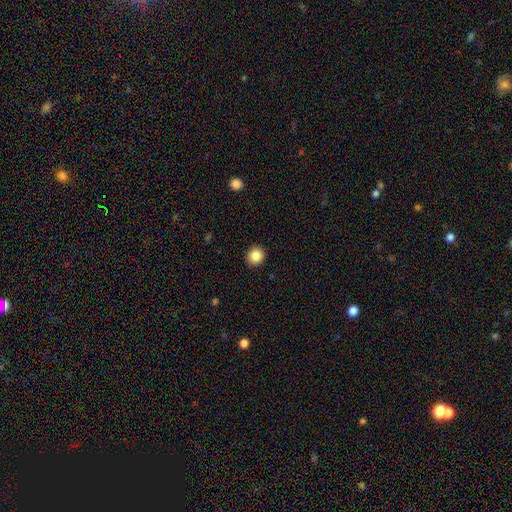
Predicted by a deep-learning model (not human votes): Q: Smooth or featured?
A: smooth (85%); runner-up: star or artifact (10%)
Q: How rounded?
A: round (87%); runner-up: in between (12%)
Q: Merging?
A: none (92%); runner-up: minor disturbance (5%)